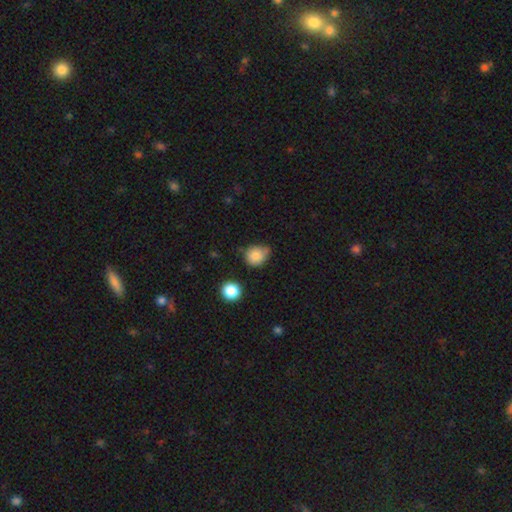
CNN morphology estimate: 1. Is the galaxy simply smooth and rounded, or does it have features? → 82% smooth, 11% star or artifact, 7% featured or disk.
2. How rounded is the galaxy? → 78% round, 21% in between, 1% cigar-shaped.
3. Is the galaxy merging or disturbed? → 53% none, 35% minor disturbance, 7% major disturbance, 5% merger.